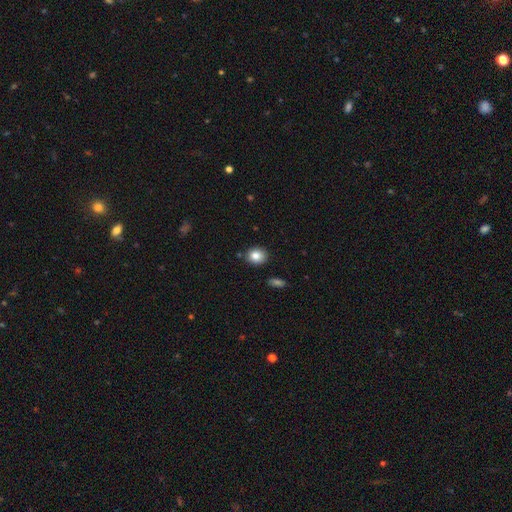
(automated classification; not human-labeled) Overall: smooth (84%). How rounded: round (68%; in between 31%). Merging: none (85%).